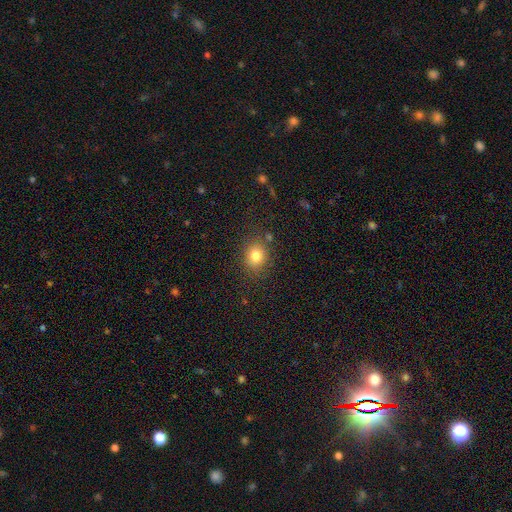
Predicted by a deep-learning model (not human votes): Morphology: type=smooth (80%); roundness=round (66%); merging=none (81%).